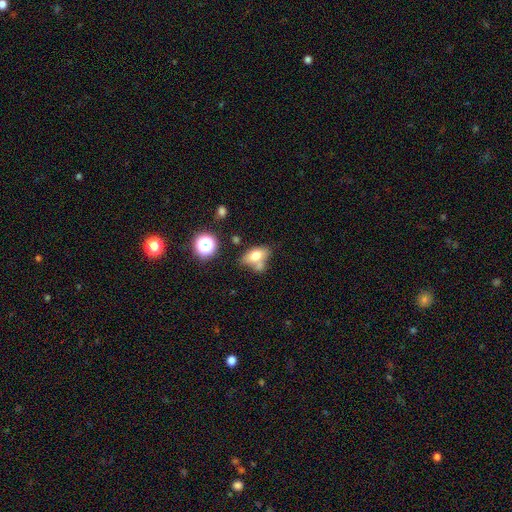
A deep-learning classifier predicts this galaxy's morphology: Smooth or featured?
  - smooth: 70% *
  - featured or disk: 19%
  - star or artifact: 11%
How rounded?
  - in between: 81% *
  - round: 14%
  - cigar-shaped: 5%
Merging?
  - none: 42% *
  - merger: 30%
  - minor disturbance: 19%
  - major disturbance: 9%